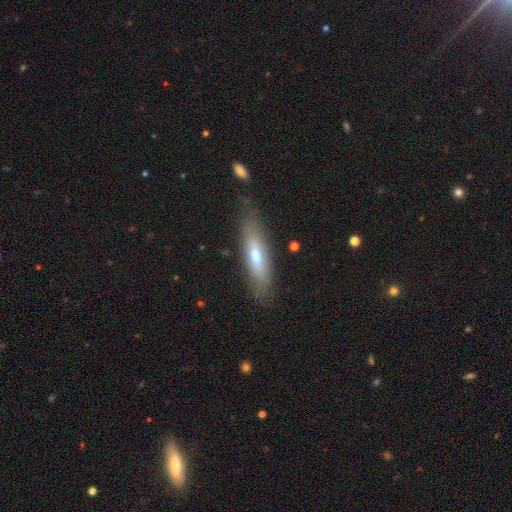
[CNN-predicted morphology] Smooth or featured? smooth (57%)
How rounded? cigar-shaped (58%)
Merging? none (78%)